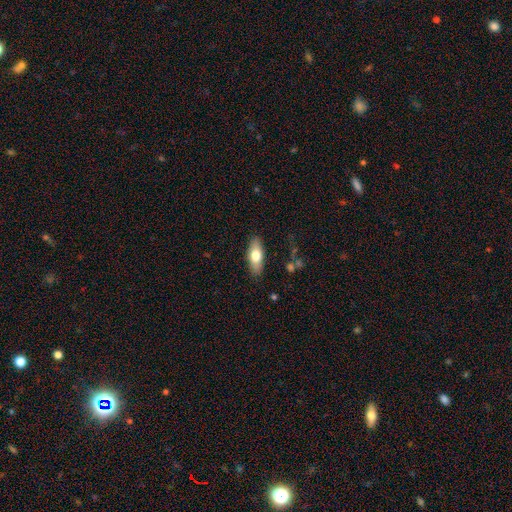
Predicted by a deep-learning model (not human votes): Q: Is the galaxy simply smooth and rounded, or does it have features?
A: smooth — 69%.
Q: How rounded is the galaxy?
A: in between — 71%.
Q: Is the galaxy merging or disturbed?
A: none — 85%.